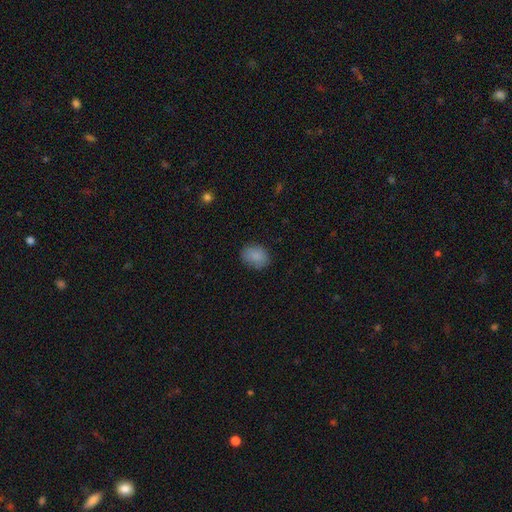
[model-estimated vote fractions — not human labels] Smooth or featured?
  - smooth: 87% *
  - star or artifact: 8%
  - featured or disk: 5%
How rounded?
  - in between: 61% *
  - round: 38%
  - cigar-shaped: 1%
Merging?
  - none: 82% *
  - minor disturbance: 13%
  - major disturbance: 3%
  - merger: 1%